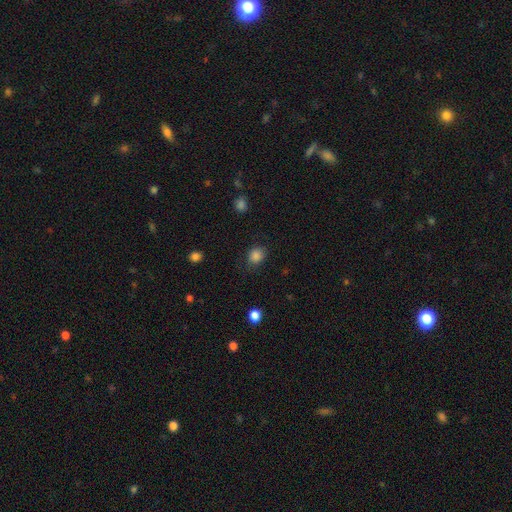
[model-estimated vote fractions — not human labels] Overall: smooth (85%). How rounded: round (63%; in between 36%). Merging: none (78%).